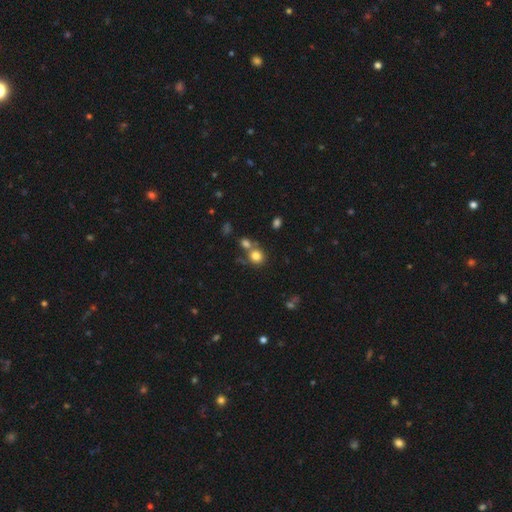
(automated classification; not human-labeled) This appears to be a smooth galaxy with no disk features (79%) that is round (84%). Merging: none (56%).